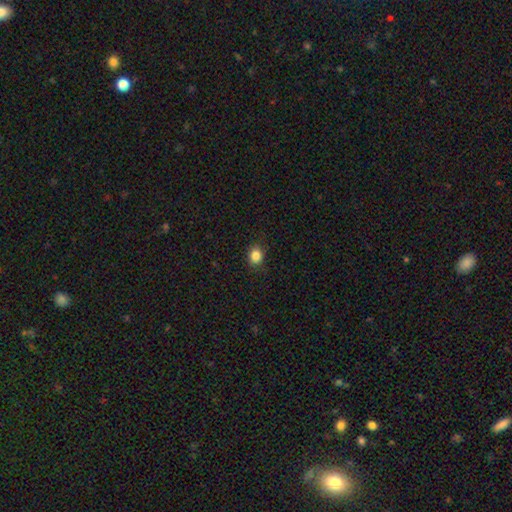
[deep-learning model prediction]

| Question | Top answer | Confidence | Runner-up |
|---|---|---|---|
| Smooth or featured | smooth | 86% | star or artifact (10%) |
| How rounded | round | 63% | in between (36%) |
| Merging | none | 87% | minor disturbance (10%) |